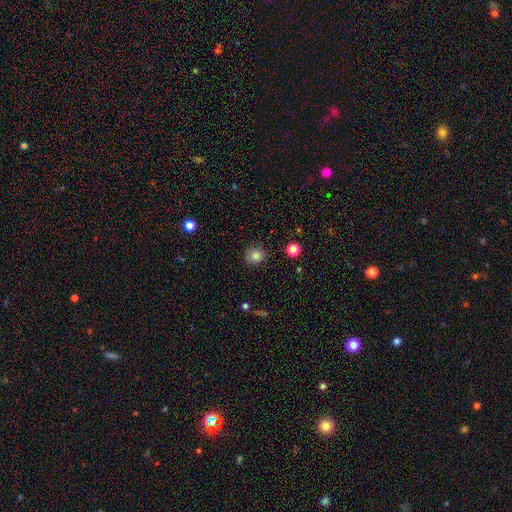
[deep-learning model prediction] A smooth galaxy with no disk features (82%) that is round (87%).

Vote fractions:
- Smooth or featured? smooth: 82% / star or artifact: 11% / featured or disk: 7%
- How rounded? round: 87% / in between: 12% / cigar-shaped: 1%
- Merging? none: 87% / minor disturbance: 9% / major disturbance: 2% / merger: 1%